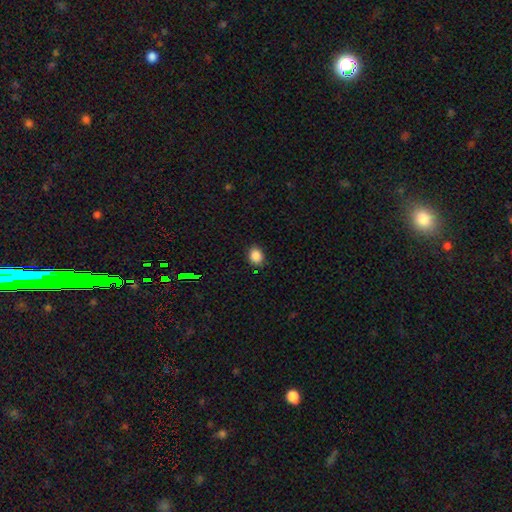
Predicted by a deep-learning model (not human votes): Morphology: type=smooth (87%); roundness=round (56%); merging=none (87%).